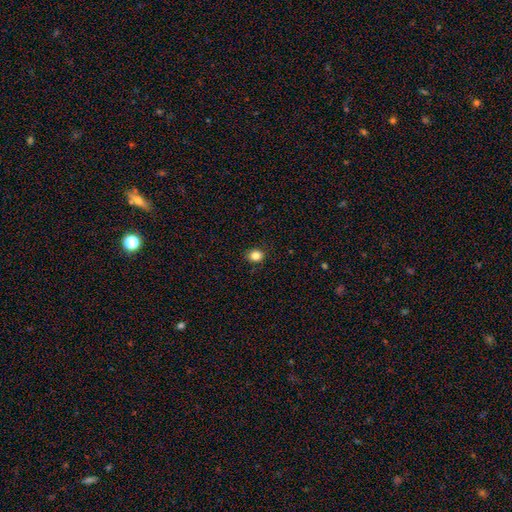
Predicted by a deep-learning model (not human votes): Q: Smooth or featured?
A: smooth (85%); runner-up: star or artifact (11%)
Q: How rounded?
A: round (60%); runner-up: in between (39%)
Q: Merging?
A: none (89%); runner-up: minor disturbance (8%)